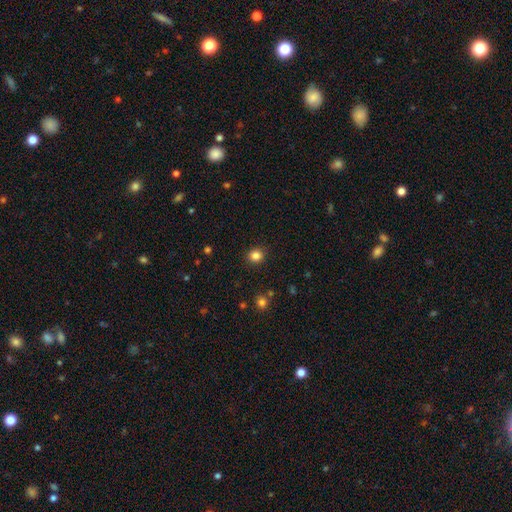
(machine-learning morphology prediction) This is clearly a smooth galaxy (84%). How rounded: clearly round (81%). Merging: clearly none (90%).